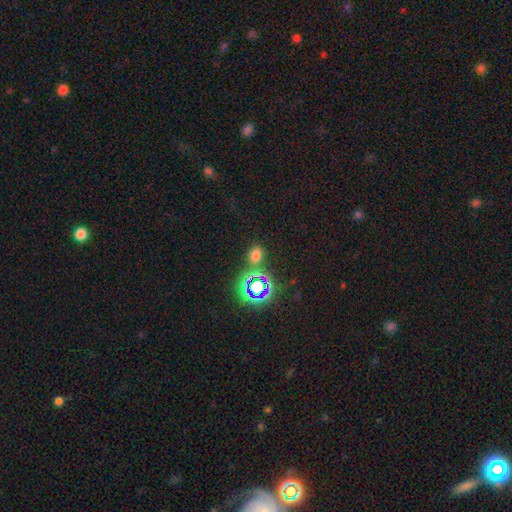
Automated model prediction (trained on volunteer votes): Smooth or featured: smooth — 64% (star or artifact — 30%)
How rounded: in between — 56% (round — 42%)
Merging: none — 77% (minor disturbance — 10%)